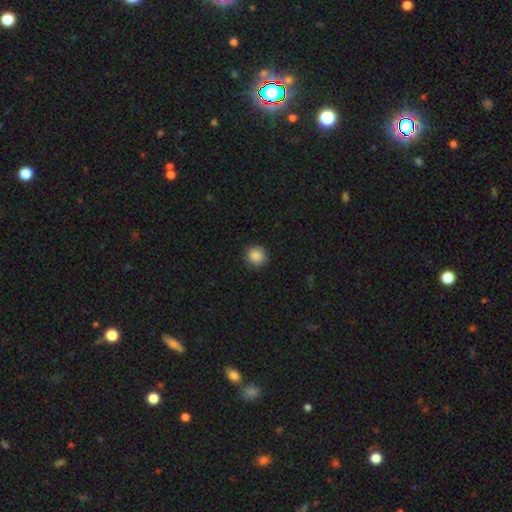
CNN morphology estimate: Smooth or featured: smooth — 88% (star or artifact — 9%)
How rounded: round — 90% (in between — 9%)
Merging: none — 89% (minor disturbance — 8%)